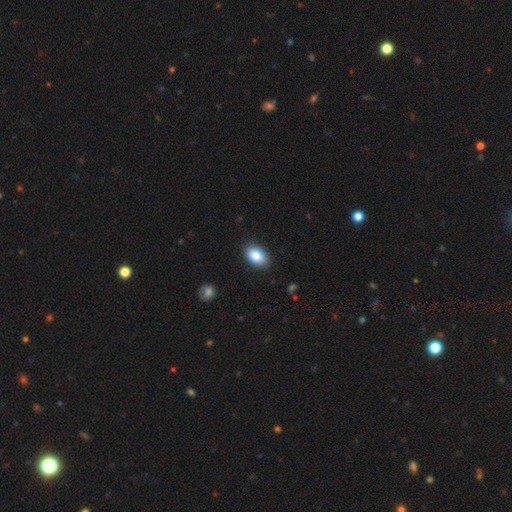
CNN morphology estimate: The model was most divided on "merging": none: 87%, minor disturbance: 10%, major disturbance: 2%, merger: 1%. More confident: how rounded — in between (90%); smooth or featured — smooth (86%).